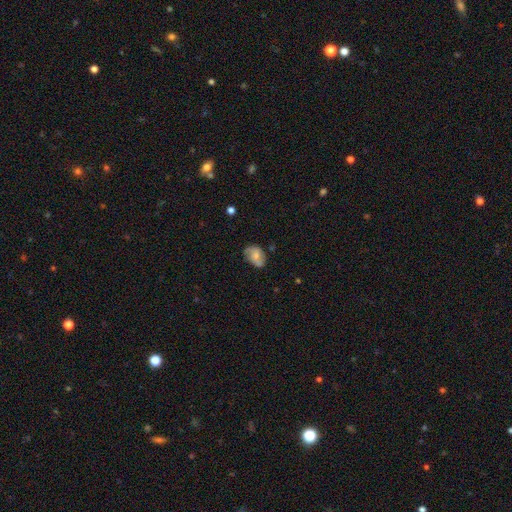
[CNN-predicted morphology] Smooth or featured? smooth (53%)
How rounded? in between (75%)
Merging? none (64%)